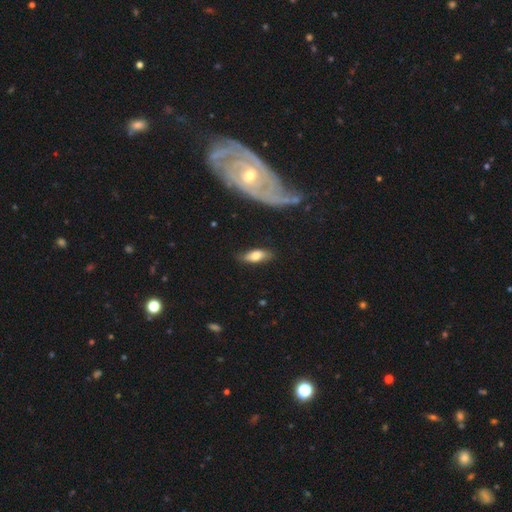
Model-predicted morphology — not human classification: The model was most divided on "smooth or featured": smooth: 71%, featured or disk: 22%, star or artifact: 7%. More confident: how rounded — in between (76%); merging — none (75%).